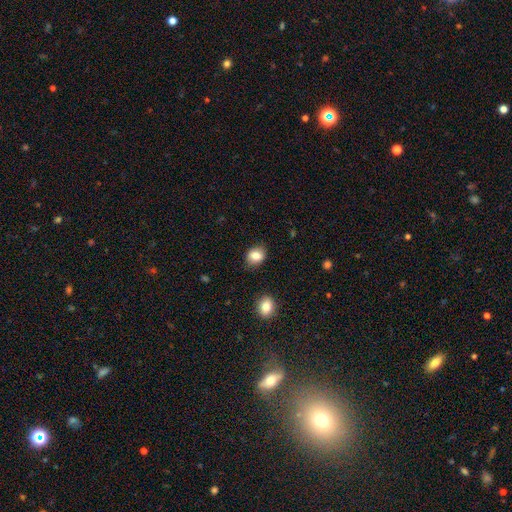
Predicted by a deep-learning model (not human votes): smooth_or_featured: smooth (p=0.82) [alt: star or artifact p=0.09]
how_rounded: in between (p=0.50) [alt: round p=0.49]
merging: none (p=0.85) [alt: minor disturbance p=0.11]